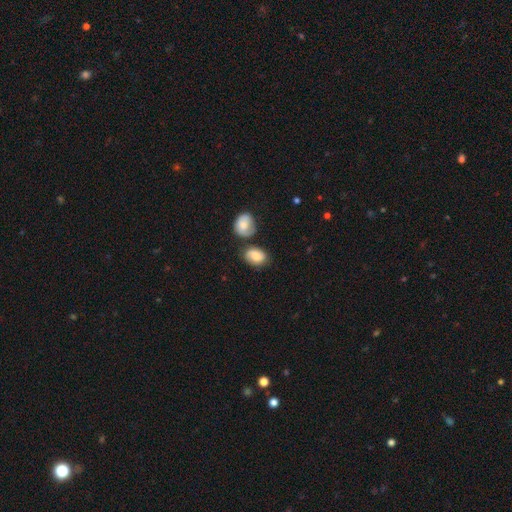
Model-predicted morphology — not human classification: Smooth or featured? smooth (77%)
How rounded? in between (74%)
Merging? none (51%)